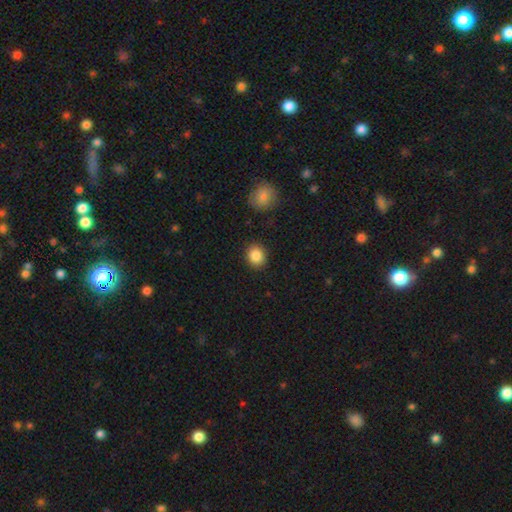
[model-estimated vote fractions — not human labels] smooth-or-featured: smooth: 86% | star or artifact: 9% | featured or disk: 5%
  how-rounded: round: 71% | in between: 28% | cigar-shaped: 1%
  merging: none: 88% | minor disturbance: 8% | major disturbance: 2% | merger: 2%